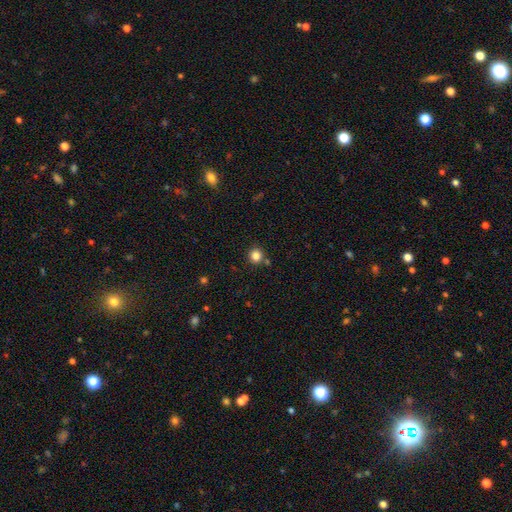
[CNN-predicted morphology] A smooth galaxy with no disk features (83%) that is round (92%).

Vote fractions:
- Smooth or featured? smooth: 83% / star or artifact: 12% / featured or disk: 5%
- How rounded? round: 92% / in between: 7% / cigar-shaped: 1%
- Merging? none: 84% / minor disturbance: 8% / merger: 6% / major disturbance: 2%